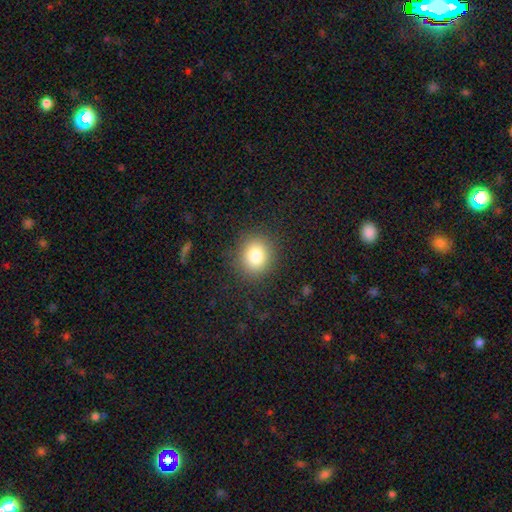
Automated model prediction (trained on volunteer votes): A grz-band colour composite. It shows a smooth galaxy with no disk features (82%) that is round (74%). Merging: none (87%).